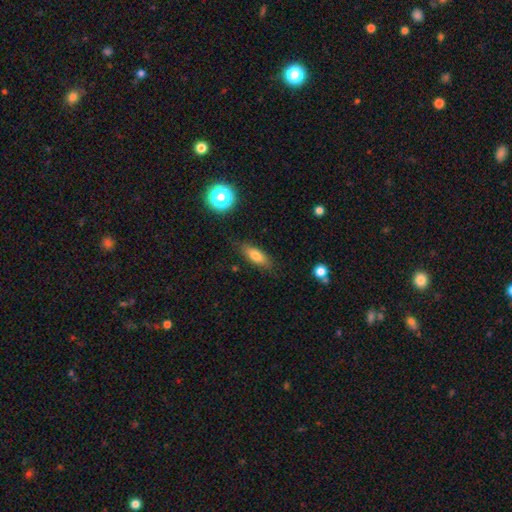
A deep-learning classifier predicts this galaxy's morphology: smooth-or-featured: smooth: 75% | featured or disk: 16% | star or artifact: 9%
  how-rounded: in between: 68% | cigar-shaped: 28% | round: 4%
  merging: none: 82% | minor disturbance: 13% | major disturbance: 3% | merger: 2%